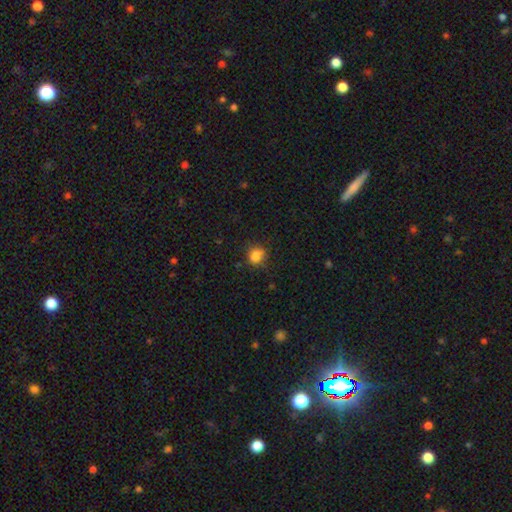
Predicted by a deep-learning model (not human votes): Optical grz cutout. It shows a smooth galaxy with no disk features (83%) that is round (62%). Merging: none (71%).